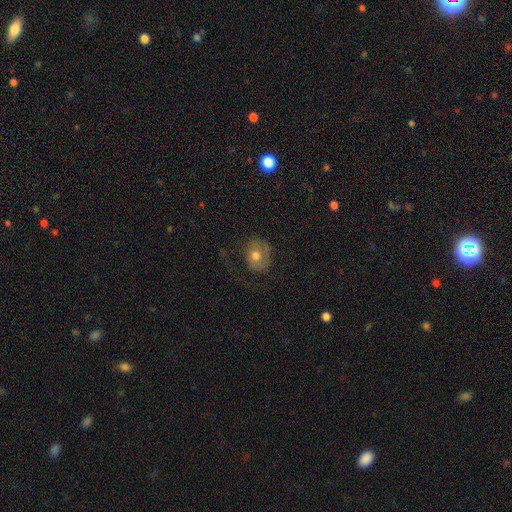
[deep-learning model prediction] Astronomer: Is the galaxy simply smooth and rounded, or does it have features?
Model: smooth — 57% (runner-up: featured or disk, 35%).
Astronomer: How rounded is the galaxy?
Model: round — 57% (runner-up: in between, 42%).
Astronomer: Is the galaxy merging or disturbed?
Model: none — 53%.